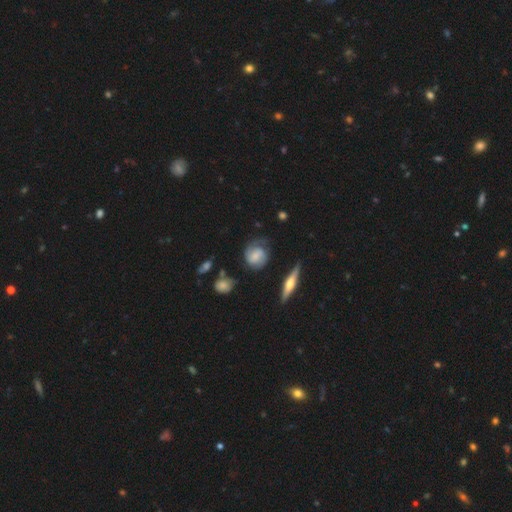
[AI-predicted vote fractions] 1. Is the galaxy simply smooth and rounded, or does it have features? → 69% featured or disk, 24% smooth, 7% star or artifact.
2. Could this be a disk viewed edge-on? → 94% no, 6% yes.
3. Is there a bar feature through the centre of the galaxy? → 52% no, 38% weak, 10% strong.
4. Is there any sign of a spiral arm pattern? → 92% yes, 8% no.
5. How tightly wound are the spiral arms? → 42% tight, 41% medium, 18% loose.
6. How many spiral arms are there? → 73% 2, 12% 1, 10% can't tell, 3% 3, 1% 4, 1% more than 4.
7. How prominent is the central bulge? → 42% small, 28% moderate, 21% none, 7% large, 2% dominant.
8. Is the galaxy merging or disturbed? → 65% none, 22% minor disturbance, 11% major disturbance, 3% merger.